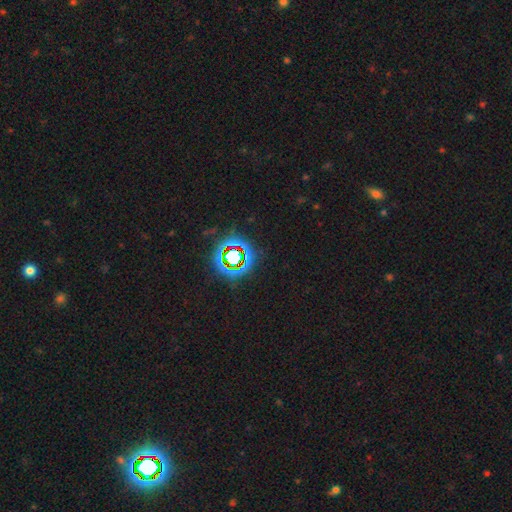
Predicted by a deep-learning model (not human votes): Overall: star or artifact (78%).